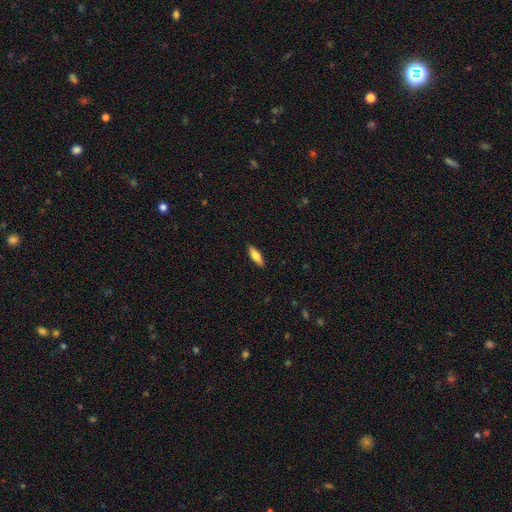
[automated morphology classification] Smooth or featured? Predicted: smooth (p=0.71). How rounded? Predicted: in between (p=0.57). Merging? Predicted: none (p=0.89).